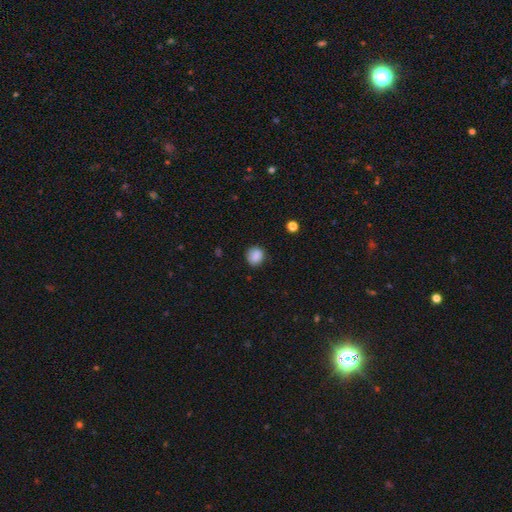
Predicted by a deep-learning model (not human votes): smooth-or-featured: smooth: 87% | star or artifact: 9% | featured or disk: 4%
  how-rounded: round: 83% | in between: 16% | cigar-shaped: 1%
  merging: none: 83% | minor disturbance: 12% | major disturbance: 3% | merger: 1%